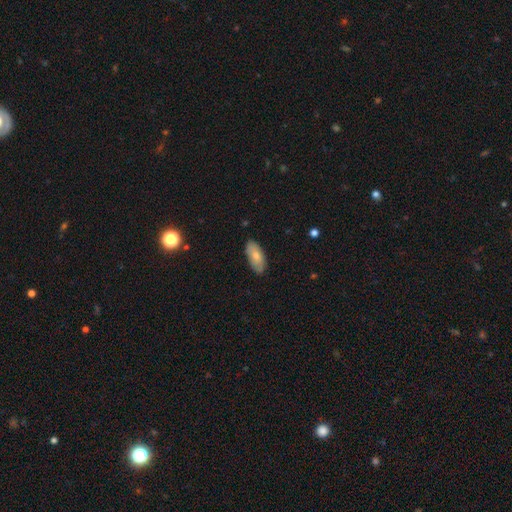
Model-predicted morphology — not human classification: This appears to be a smooth galaxy with no disk features (76%) that is in between round and cigar-shaped (89%). Merging: none (84%).